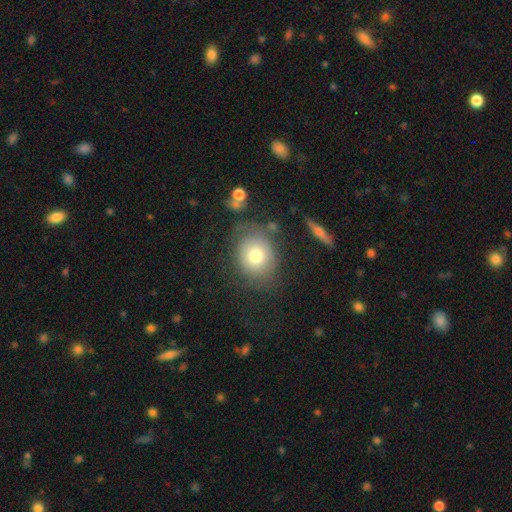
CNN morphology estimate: Q: Smooth or featured?
A: smooth (72%); runner-up: featured or disk (17%)
Q: How rounded?
A: round (65%); runner-up: in between (34%)
Q: Merging?
A: none (70%); runner-up: minor disturbance (17%)